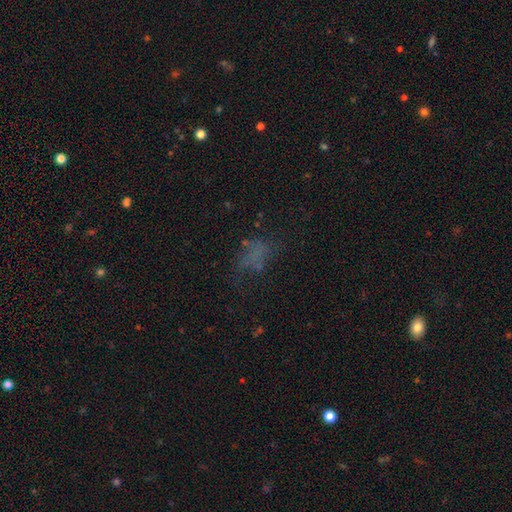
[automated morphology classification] This is marginally a smooth galaxy (42%). Merging: marginally none (44%).